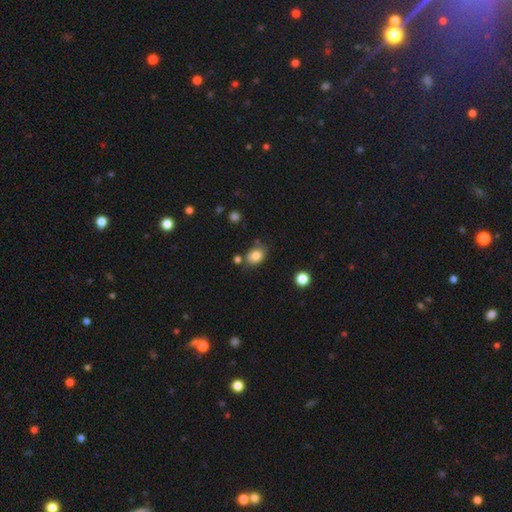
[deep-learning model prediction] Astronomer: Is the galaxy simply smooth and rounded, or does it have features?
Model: smooth — 81%.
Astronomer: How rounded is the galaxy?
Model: in between — 66%.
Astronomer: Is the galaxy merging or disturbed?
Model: none — 68%.